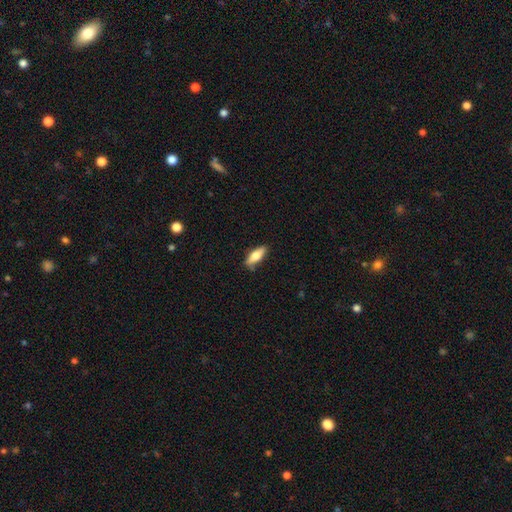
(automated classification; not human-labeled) A smooth galaxy with no disk features (69%) that is in between round and cigar-shaped (64%). Merging: none (81%).